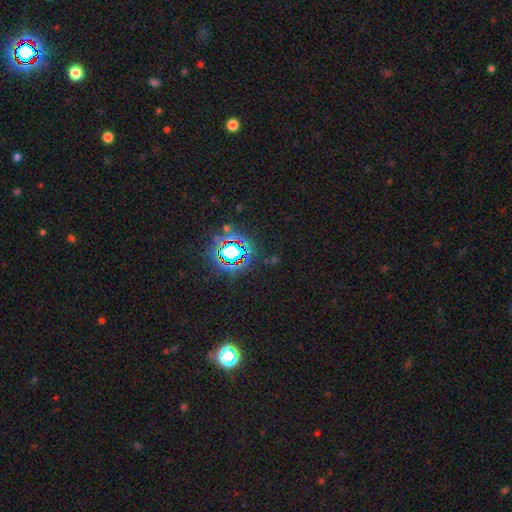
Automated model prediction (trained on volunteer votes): A star or artifact, not a galaxy (81%).